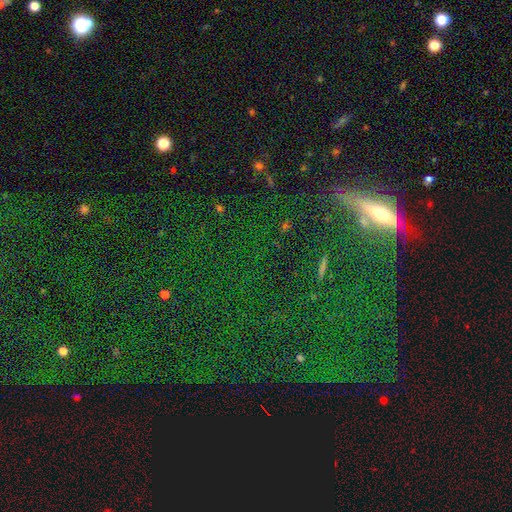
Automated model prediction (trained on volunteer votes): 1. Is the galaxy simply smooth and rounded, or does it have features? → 60% star or artifact, 21% featured or disk, 19% smooth.